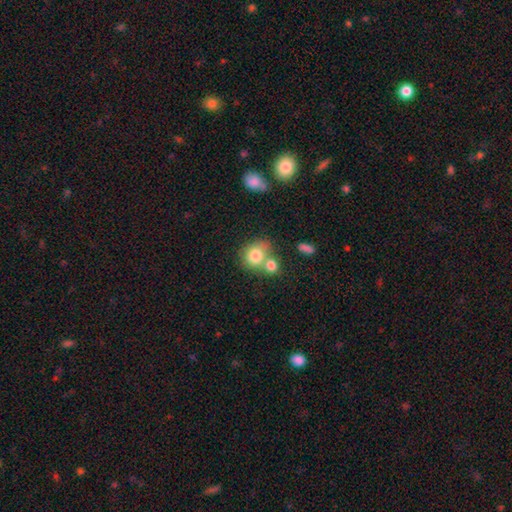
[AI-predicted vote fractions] smooth-or-featured: smooth: 78% | featured or disk: 13% | star or artifact: 9%
  how-rounded: round: 65% | in between: 34% | cigar-shaped: 1%
  merging: merger: 43% | none: 41% | minor disturbance: 11% | major disturbance: 5%